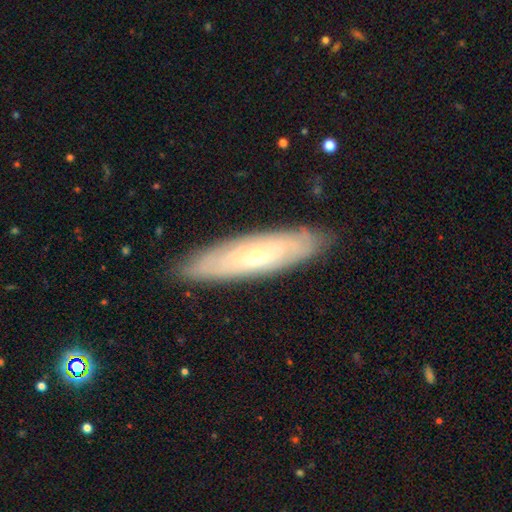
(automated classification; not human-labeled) Smooth or featured? Predicted: featured or disk (p=0.67). Edge-on disk? Predicted: no (p=0.65). Merging? Predicted: none (p=0.86).